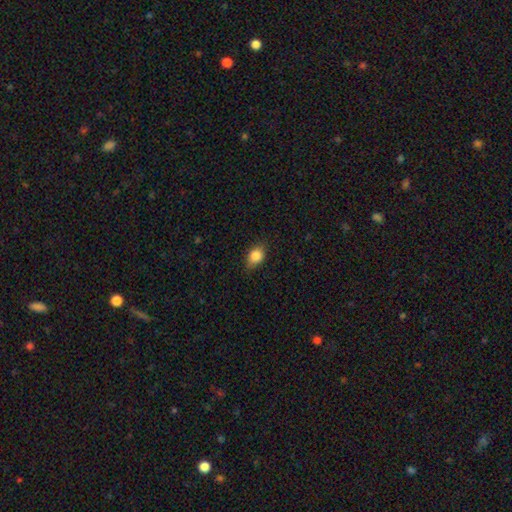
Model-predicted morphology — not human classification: smooth-or-featured: smooth: 83% | star or artifact: 9% | featured or disk: 8%
  how-rounded: in between: 71% | round: 26% | cigar-shaped: 3%
  merging: none: 77% | minor disturbance: 19% | major disturbance: 3% | merger: 1%